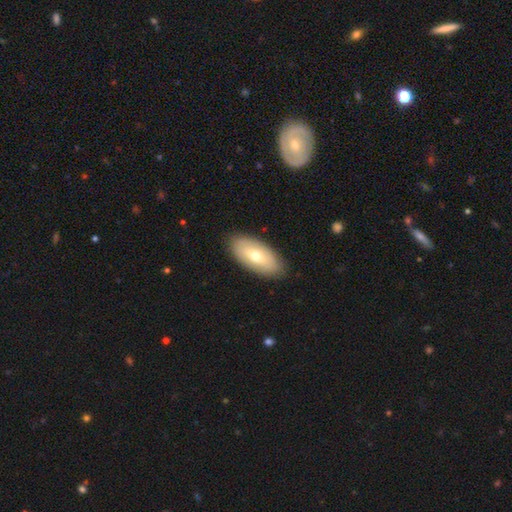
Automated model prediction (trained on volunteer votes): smooth 65%, featured or disk 30%, star or artifact 6%. Down the decision tree: how rounded — in between (90%); merging — none (88%).